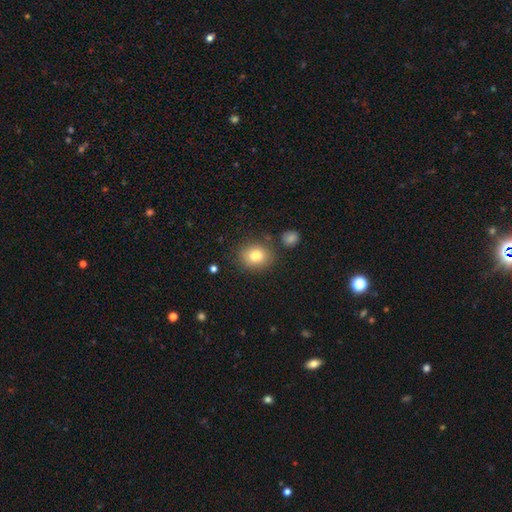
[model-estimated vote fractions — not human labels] A smooth galaxy with no disk features (80%) that is round (63%).

Vote fractions:
- Smooth or featured? smooth: 80% / star or artifact: 10% / featured or disk: 10%
- How rounded? round: 63% / in between: 36% / cigar-shaped: 1%
- Merging? none: 80% / minor disturbance: 11% / merger: 5% / major disturbance: 3%